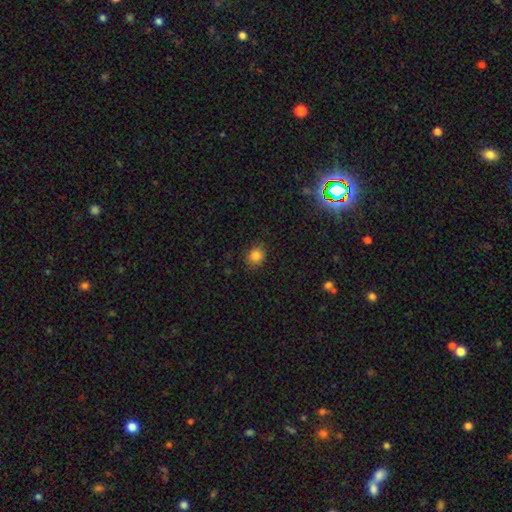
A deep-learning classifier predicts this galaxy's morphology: Smooth or featured: smooth — 84% (star or artifact — 12%)
How rounded: round — 77% (in between — 22%)
Merging: none — 85% (minor disturbance — 11%)